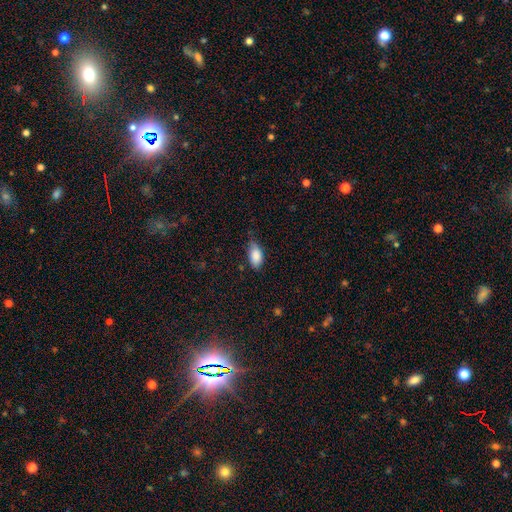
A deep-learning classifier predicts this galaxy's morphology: smooth-or-featured: smooth: 87% | star or artifact: 7% | featured or disk: 6%
  how-rounded: in between: 92% | cigar-shaped: 4% | round: 4%
  merging: none: 63% | minor disturbance: 30% | major disturbance: 5% | merger: 2%